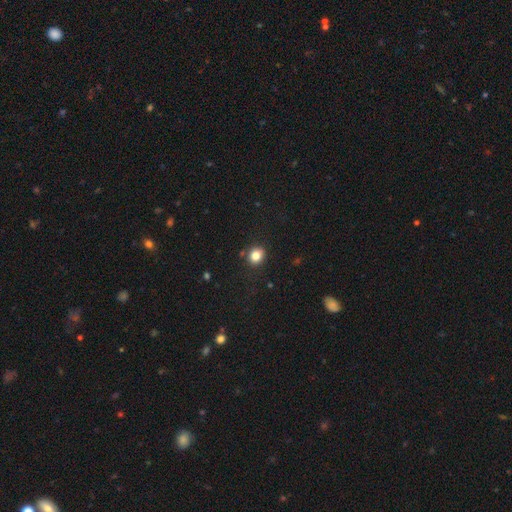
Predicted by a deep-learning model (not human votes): smooth 82%, star or artifact 12%, featured or disk 6%. Down the decision tree: how rounded — round (73%); merging — none (85%).